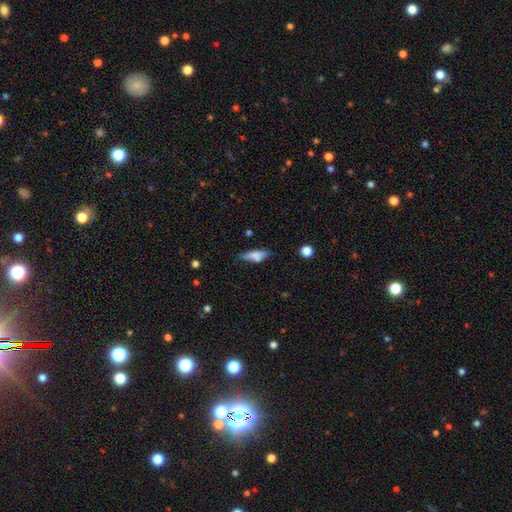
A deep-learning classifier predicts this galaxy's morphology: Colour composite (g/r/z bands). It shows a smooth galaxy with no disk features (67%) that is cigar-shaped (54%). Merging: none (64%).